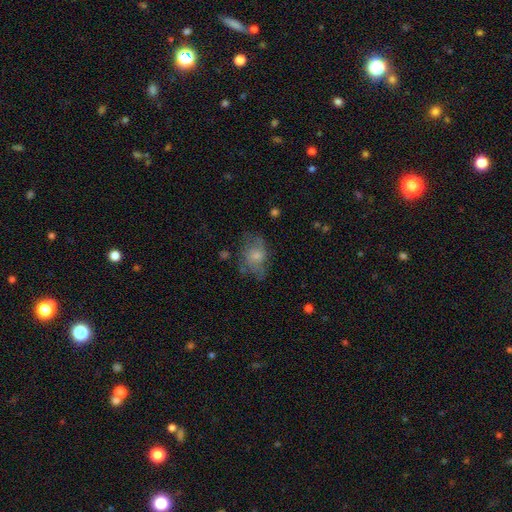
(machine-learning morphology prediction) The model was most divided on "merging": none: 48%, minor disturbance: 27%, major disturbance: 22%, merger: 3%. More confident: how rounded — in between (75%); smooth or featured — smooth (57%).